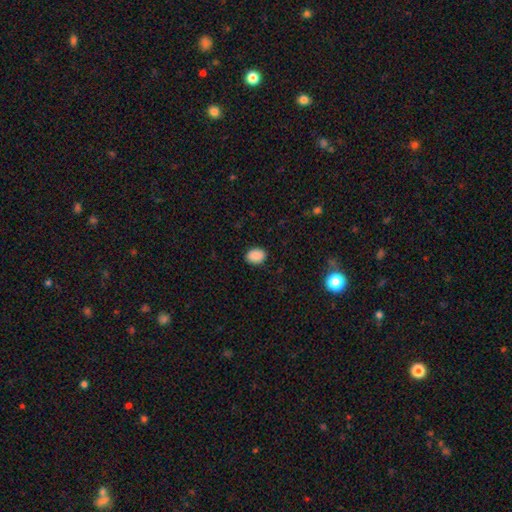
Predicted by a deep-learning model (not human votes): smooth-or-featured: smooth: 89% | star or artifact: 8% | featured or disk: 3%
  how-rounded: in between: 64% | round: 35% | cigar-shaped: 1%
  merging: none: 89% | minor disturbance: 8% | major disturbance: 2% | merger: 1%